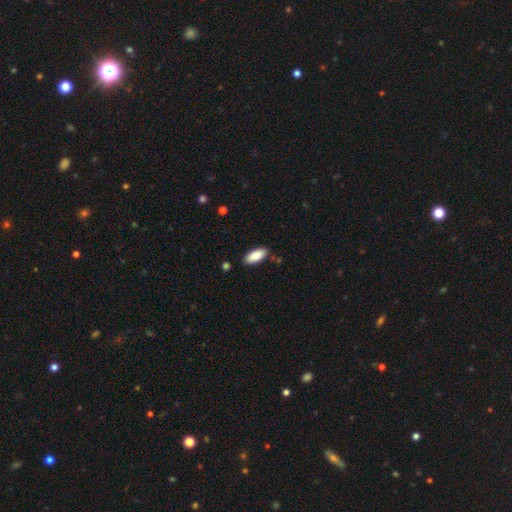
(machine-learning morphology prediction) Q: Smooth or featured?
A: smooth (85%); runner-up: featured or disk (9%)
Q: How rounded?
A: in between (83%); runner-up: cigar-shaped (15%)
Q: Merging?
A: none (85%); runner-up: minor disturbance (11%)